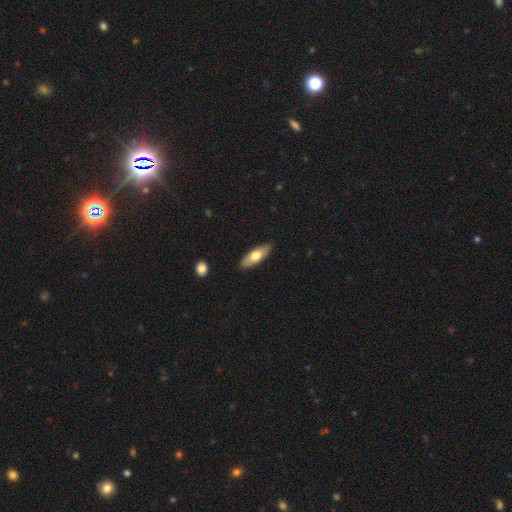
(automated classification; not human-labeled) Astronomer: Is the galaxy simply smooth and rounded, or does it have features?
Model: smooth — 67%.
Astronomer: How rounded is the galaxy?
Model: in between — 68%.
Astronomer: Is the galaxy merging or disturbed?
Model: none — 88%.